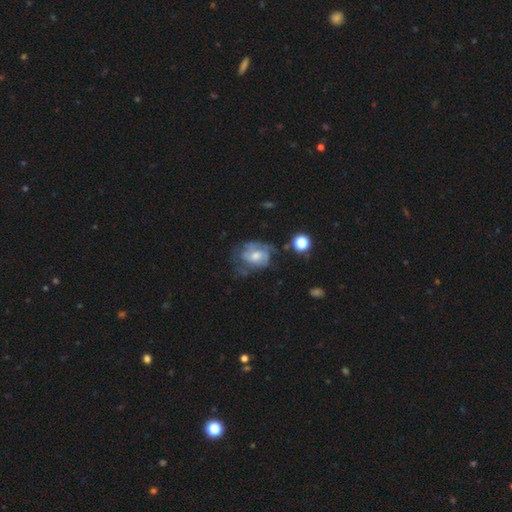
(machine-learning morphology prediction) A featured or disk galaxy (56%) with no bar (66%), spiral arms (63%) and a moderate central bulge (52%). Merging: none (40%).